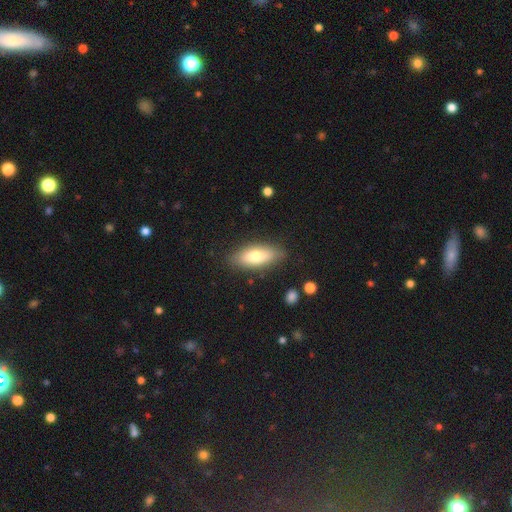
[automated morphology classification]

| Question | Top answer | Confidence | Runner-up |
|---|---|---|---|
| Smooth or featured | smooth | 71% | featured or disk (22%) |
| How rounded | in between | 77% | cigar-shaped (21%) |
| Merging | none | 83% | minor disturbance (12%) |